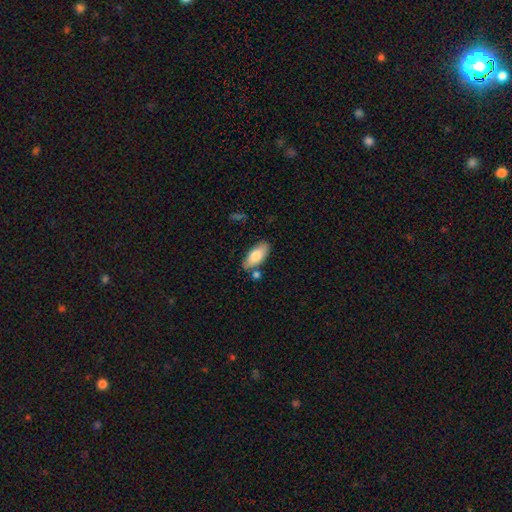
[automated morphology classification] smooth 78%, featured or disk 16%, star or artifact 6%. Down the decision tree: how rounded — in between (88%); merging — none (73%).